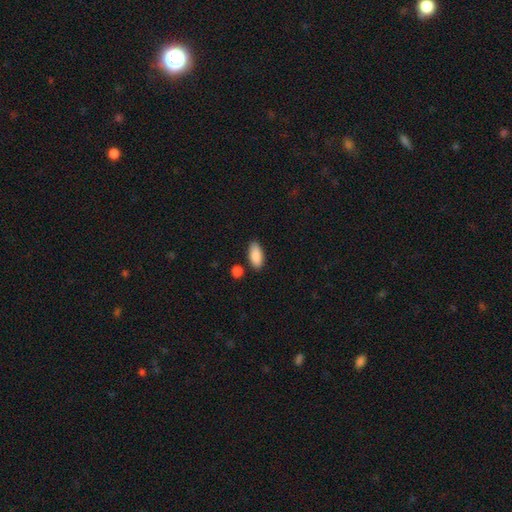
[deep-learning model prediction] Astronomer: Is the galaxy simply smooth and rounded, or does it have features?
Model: smooth — 89%.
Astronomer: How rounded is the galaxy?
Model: in between — 88%.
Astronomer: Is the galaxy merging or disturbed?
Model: none — 83%.